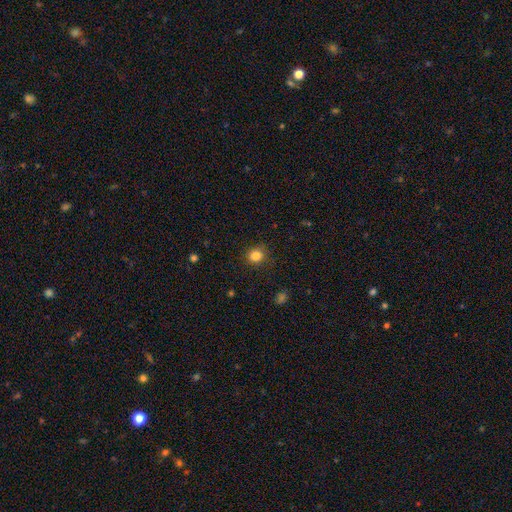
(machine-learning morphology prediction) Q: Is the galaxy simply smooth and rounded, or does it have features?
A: smooth — 84%.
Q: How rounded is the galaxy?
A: round — 82%.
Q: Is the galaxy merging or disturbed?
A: none — 86%.